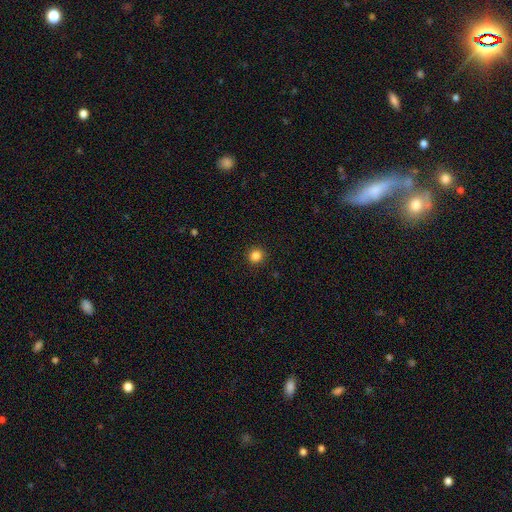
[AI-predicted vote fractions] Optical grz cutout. It shows a smooth galaxy with no disk features (85%) that is round (93%). Merging: none (92%).